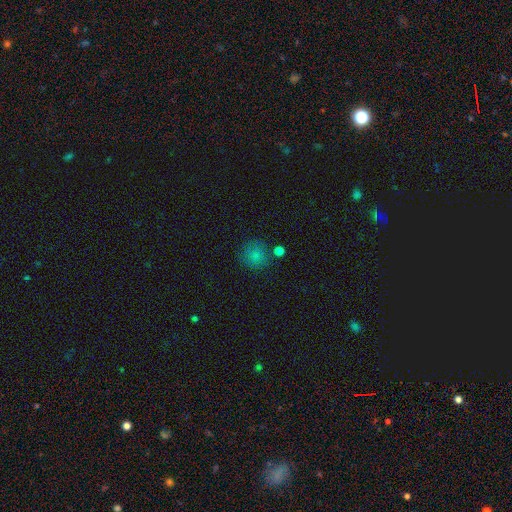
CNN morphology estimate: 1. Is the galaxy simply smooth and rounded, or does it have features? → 80% smooth, 13% star or artifact, 7% featured or disk.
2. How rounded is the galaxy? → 89% round, 10% in between, 1% cigar-shaped.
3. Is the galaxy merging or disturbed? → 72% none, 14% minor disturbance, 9% merger, 5% major disturbance.